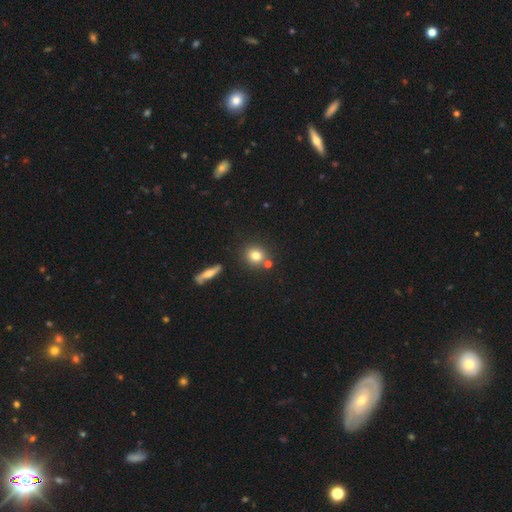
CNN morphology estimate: Smooth or featured?
  - smooth: 79% *
  - star or artifact: 11%
  - featured or disk: 10%
How rounded?
  - round: 84% *
  - in between: 14%
  - cigar-shaped: 2%
Merging?
  - none: 74% *
  - merger: 14%
  - minor disturbance: 9%
  - major disturbance: 3%